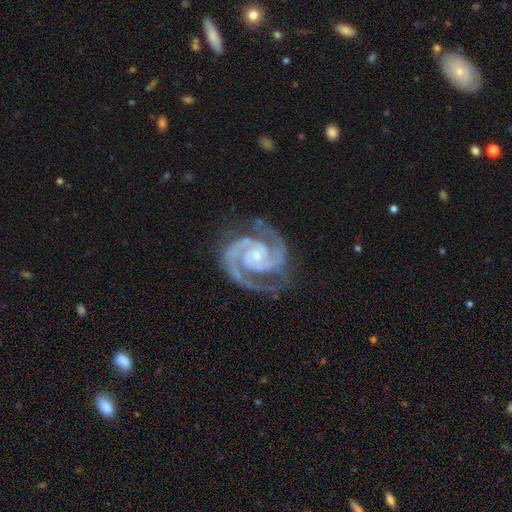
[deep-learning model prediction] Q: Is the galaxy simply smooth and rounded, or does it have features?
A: featured or disk — 94%.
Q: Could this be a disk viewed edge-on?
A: no — 98%.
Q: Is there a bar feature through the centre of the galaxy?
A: no — 66%.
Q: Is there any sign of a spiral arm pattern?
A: yes — 99%.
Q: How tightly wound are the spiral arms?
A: tight — 59%.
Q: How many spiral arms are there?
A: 2 — 91%.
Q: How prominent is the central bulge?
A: small — 70%.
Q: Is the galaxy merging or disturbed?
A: none — 78%.